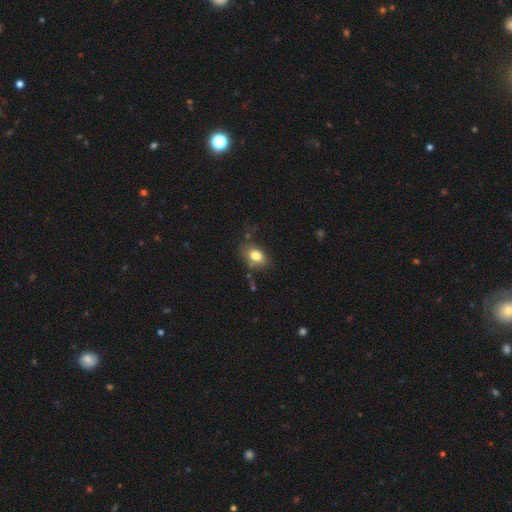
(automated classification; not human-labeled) A smooth galaxy with no disk features (79%) that is in between round and cigar-shaped (78%).

Vote fractions:
- Smooth or featured? smooth: 79% / featured or disk: 12% / star or artifact: 9%
- How rounded? in between: 78% / round: 20% / cigar-shaped: 2%
- Merging? none: 68% / minor disturbance: 21% / major disturbance: 7% / merger: 4%